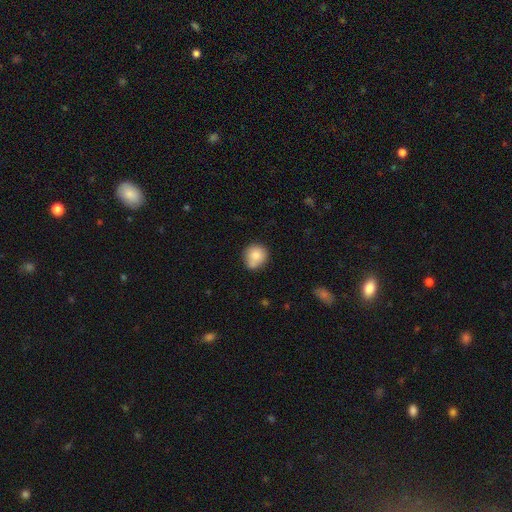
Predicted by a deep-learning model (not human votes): Smooth or featured? smooth (82%)
How rounded? round (89%)
Merging? none (64%)